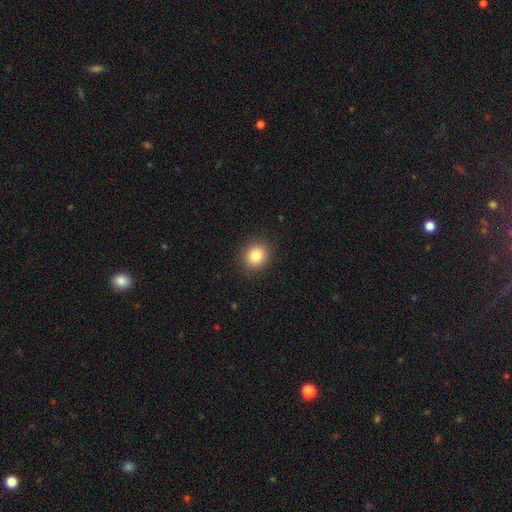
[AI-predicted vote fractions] This is clearly a smooth galaxy (83%). How rounded: clearly round (85%). Merging: clearly none (91%).